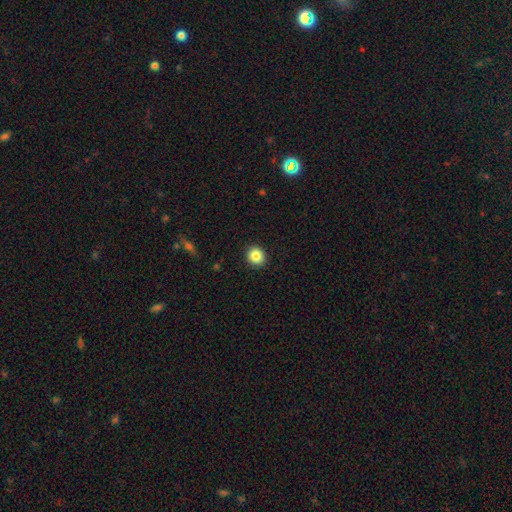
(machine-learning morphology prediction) smooth-or-featured: smooth: 86% | star or artifact: 9% | featured or disk: 4%
  how-rounded: round: 83% | in between: 16% | cigar-shaped: 1%
  merging: none: 91% | minor disturbance: 6% | major disturbance: 2% | merger: 1%